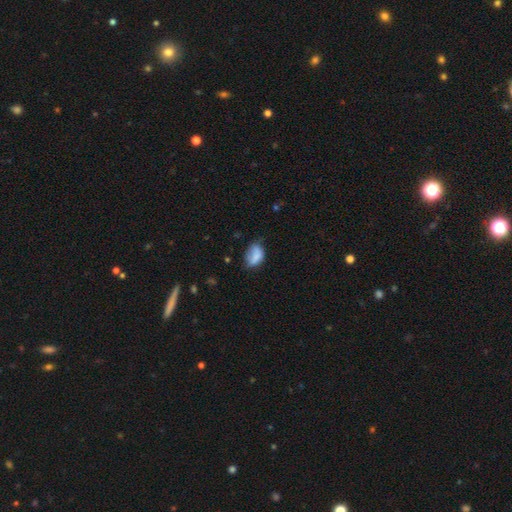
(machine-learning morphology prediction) A smooth galaxy with no disk features (77%) that is in between round and cigar-shaped (85%). Merging: none (45%).